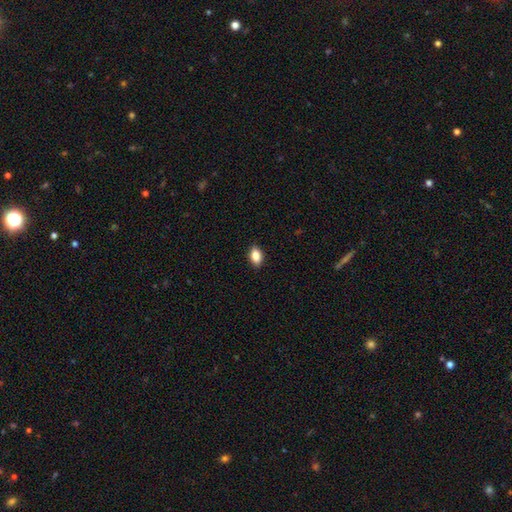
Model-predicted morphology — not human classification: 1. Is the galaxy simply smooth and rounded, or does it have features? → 86% smooth, 8% star or artifact, 6% featured or disk.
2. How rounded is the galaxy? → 88% in between, 9% round, 3% cigar-shaped.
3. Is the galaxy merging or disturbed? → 89% none, 8% minor disturbance, 2% major disturbance, 1% merger.